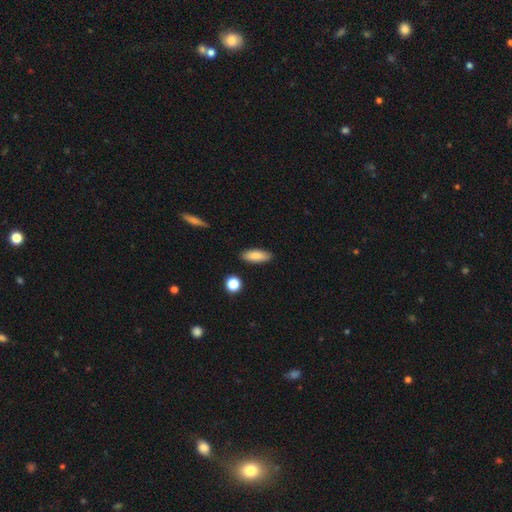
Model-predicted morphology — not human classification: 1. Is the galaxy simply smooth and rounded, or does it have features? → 85% smooth, 8% featured or disk, 7% star or artifact.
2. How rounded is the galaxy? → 69% in between, 28% cigar-shaped, 2% round.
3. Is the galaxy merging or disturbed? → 87% none, 9% minor disturbance, 2% major disturbance, 2% merger.